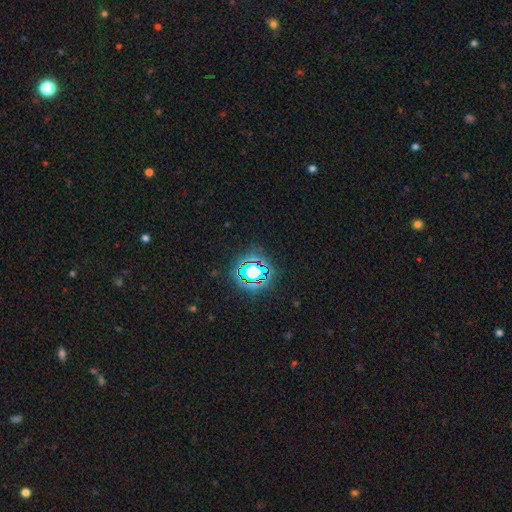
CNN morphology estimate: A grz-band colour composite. It shows a star or artifact, not a galaxy (80%).